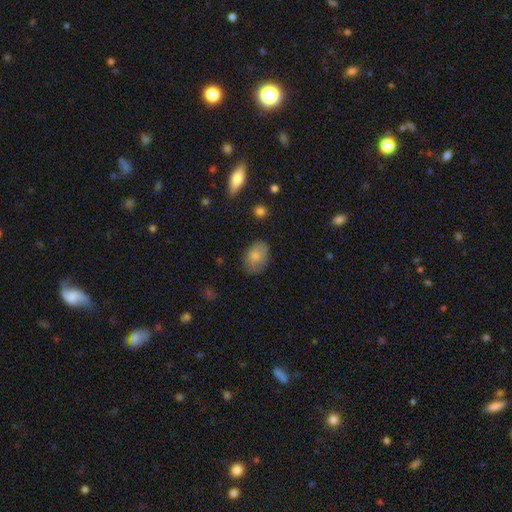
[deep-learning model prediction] This is likely a smooth galaxy (79%). How rounded: clearly in between (80%). Merging: likely none (71%).